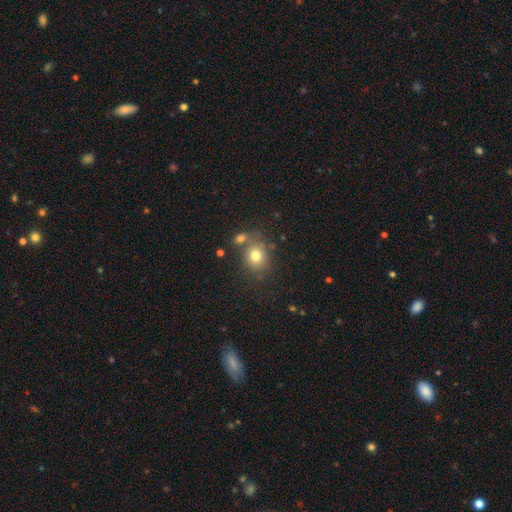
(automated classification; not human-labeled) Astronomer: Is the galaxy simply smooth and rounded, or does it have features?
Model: smooth — 76%.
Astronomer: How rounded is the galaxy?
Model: round — 66%.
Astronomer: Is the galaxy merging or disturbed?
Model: none — 63%.